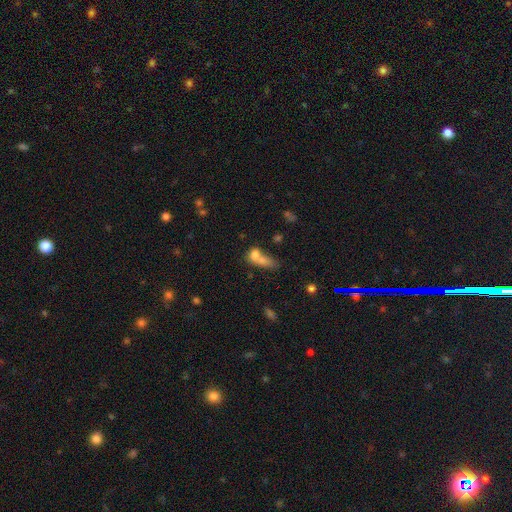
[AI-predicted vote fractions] smooth_or_featured: smooth (p=0.71) [alt: featured or disk p=0.18]
how_rounded: in between (p=0.58) [alt: round p=0.28]
merging: merger (p=0.61) [alt: none p=0.20]